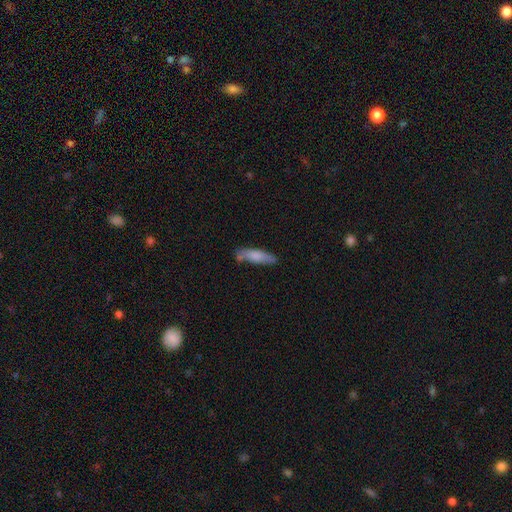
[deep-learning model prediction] Smooth or featured?
  - smooth: 74% *
  - featured or disk: 20%
  - star or artifact: 6%
How rounded?
  - cigar-shaped: 71% *
  - in between: 27%
  - round: 2%
Merging?
  - none: 68% *
  - minor disturbance: 19%
  - merger: 8%
  - major disturbance: 4%